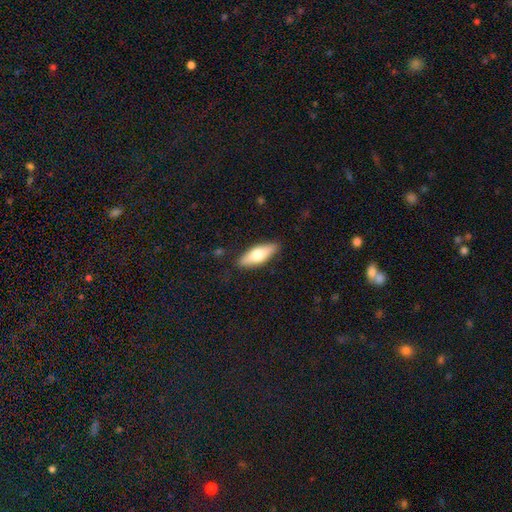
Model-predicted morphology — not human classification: This appears to be a smooth galaxy with no disk features (57%) that is in between round and cigar-shaped (55%). Merging: none (88%).